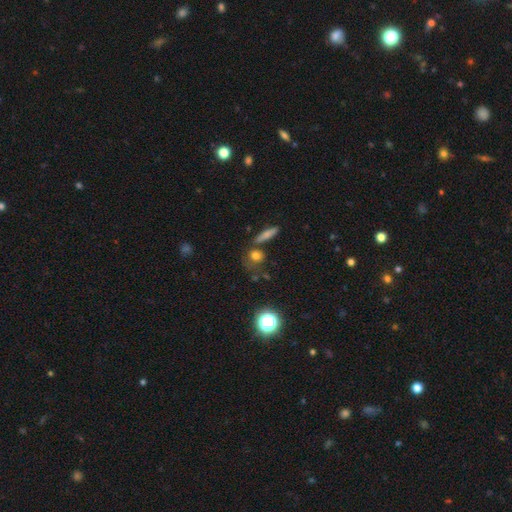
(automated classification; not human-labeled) Morphology: type=smooth (70%); roundness=round (71%); merging=none (65%).